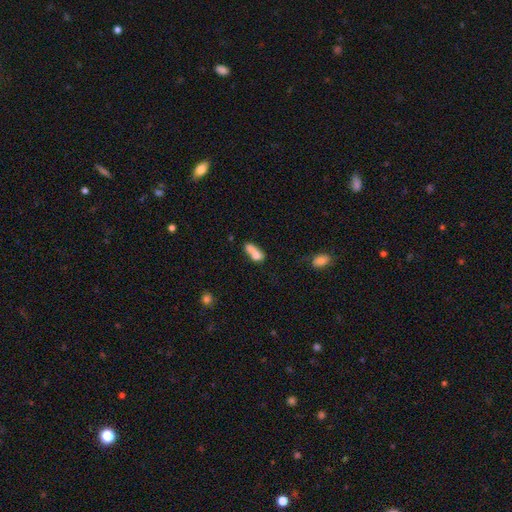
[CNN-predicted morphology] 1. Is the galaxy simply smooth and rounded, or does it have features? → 68% smooth, 22% featured or disk, 10% star or artifact.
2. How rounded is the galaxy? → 65% in between, 25% cigar-shaped, 10% round.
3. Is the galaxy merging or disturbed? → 47% merger, 25% none, 15% minor disturbance, 13% major disturbance.